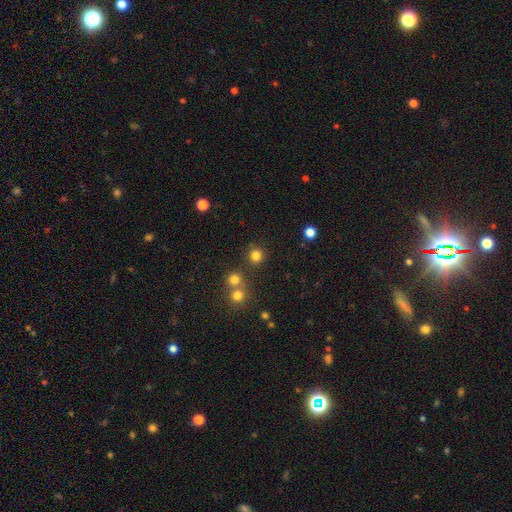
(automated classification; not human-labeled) smooth 80%, star or artifact 15%, featured or disk 5%. Down the decision tree: how rounded — round (93%); merging — none (81%).